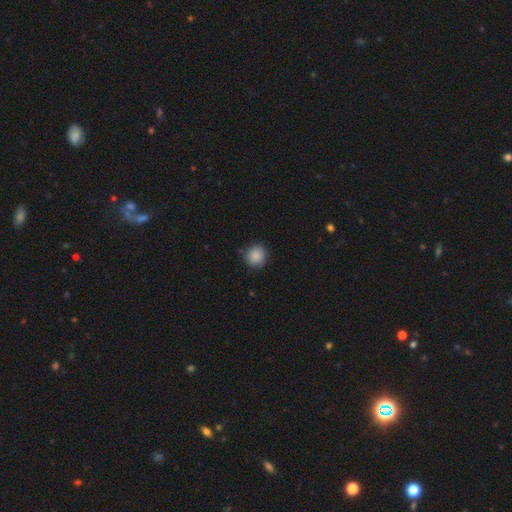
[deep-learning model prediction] A smooth galaxy with no disk features (88%) that is round (90%).

Vote fractions:
- Smooth or featured? smooth: 88% / star or artifact: 9% / featured or disk: 3%
- How rounded? round: 90% / in between: 9% / cigar-shaped: 1%
- Merging? none: 87% / minor disturbance: 10% / major disturbance: 2% / merger: 1%